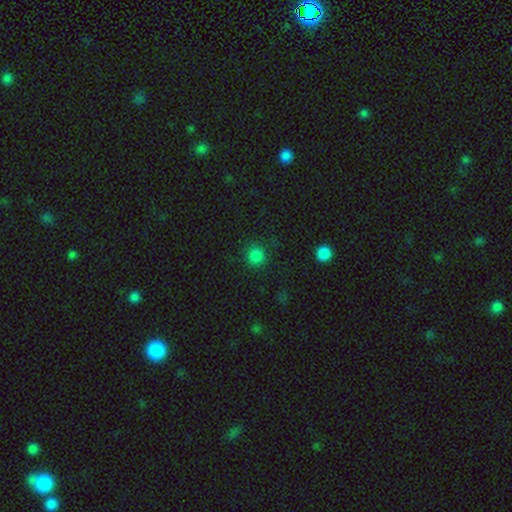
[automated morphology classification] smooth 82%, star or artifact 14%, featured or disk 3%. Down the decision tree: how rounded — round (93%); merging — none (88%).